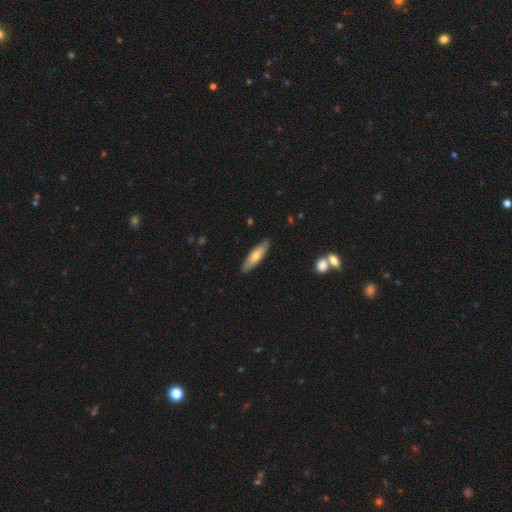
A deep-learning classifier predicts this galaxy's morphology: This is likely a smooth galaxy (66%). How rounded: likely cigar-shaped (66%). Merging: clearly none (87%).